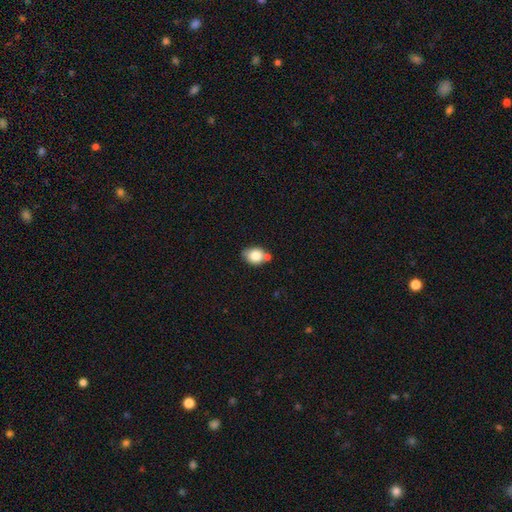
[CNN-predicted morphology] The model was most divided on "how rounded": in between: 53%, round: 46%, cigar-shaped: 1%. More confident: smooth or featured — smooth (81%); merging — none (57%).